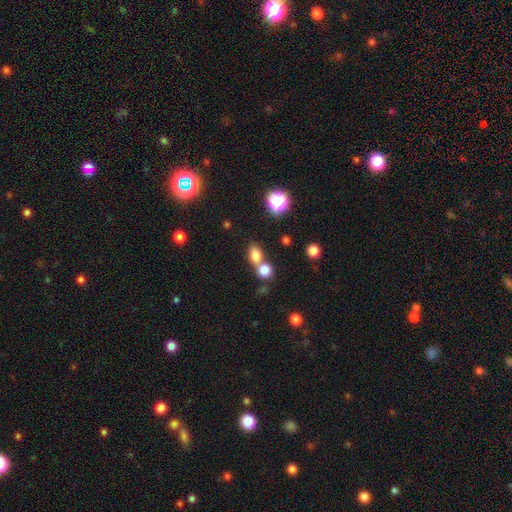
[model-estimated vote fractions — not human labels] Smooth or featured?
  - smooth: 77% *
  - star or artifact: 14%
  - featured or disk: 9%
How rounded?
  - in between: 63% *
  - round: 35%
  - cigar-shaped: 2%
Merging?
  - merger: 46% *
  - none: 42%
  - minor disturbance: 8%
  - major disturbance: 4%